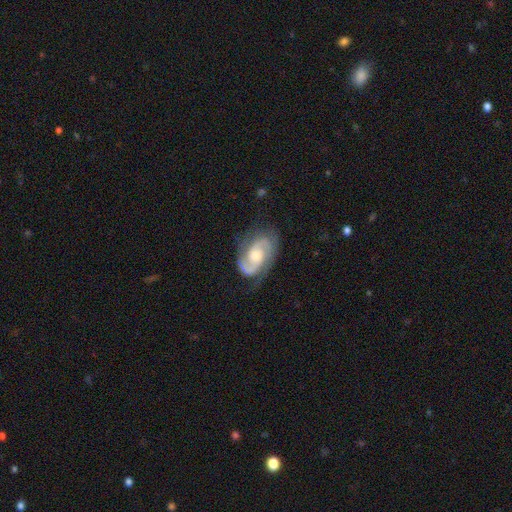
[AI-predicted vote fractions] A featured or disk galaxy (88%) with no bar (56%), 2 (91%) medium (53%) spiral arms (98%) and a moderate central bulge (56%).

Vote fractions:
- Smooth or featured? featured or disk: 88% / smooth: 7% / star or artifact: 5%
- Edge-on disk? no: 97% / yes: 3%
- Bar? no: 56% / weak: 37% / strong: 8%
- Spiral arms? yes: 98% / no: 2%
- Spiral winding? medium: 53% / tight: 32% / loose: 16%
- Spiral arm count? 2: 91% / can't tell: 4% / 3: 2% / 1: 2% / 4: 1% / more than 4: 1%
- Bulge size? moderate: 56% / small: 30% / large: 8% / none: 4% / dominant: 1%
- Merging? none: 74% / minor disturbance: 18% / major disturbance: 7% / merger: 1%